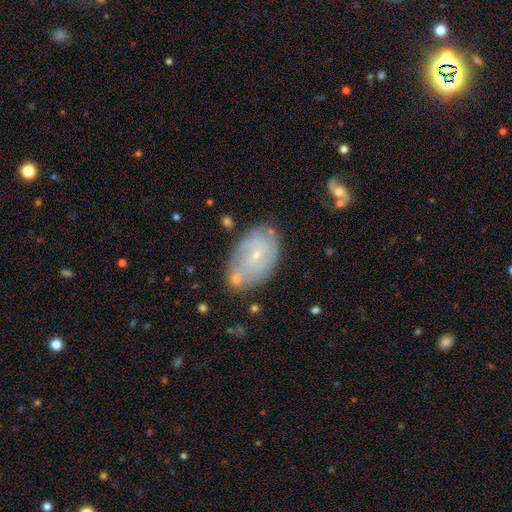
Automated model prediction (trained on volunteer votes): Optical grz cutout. It shows a featured or disk galaxy (67%) with no bar (65%), tight (58%) spiral arms (79%) and a small central bulge (79%). Merging: none (63%).